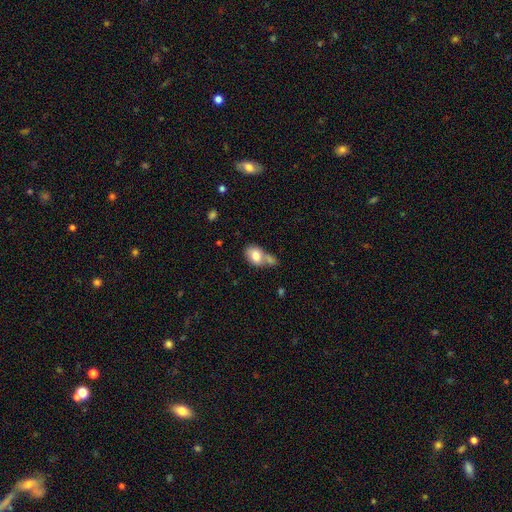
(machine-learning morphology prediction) This is likely a smooth galaxy (78%). How rounded: likely in between (74%). Merging: possibly merger (50%).